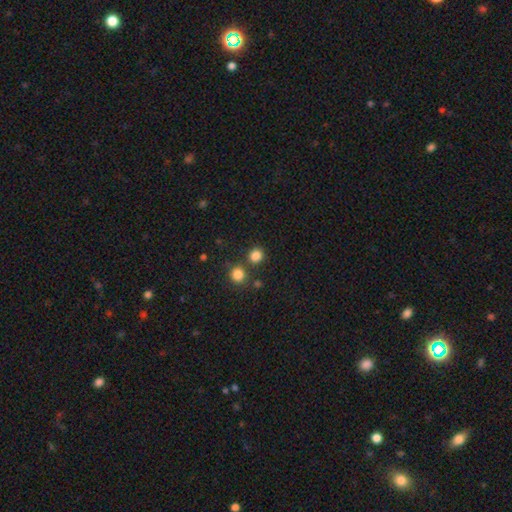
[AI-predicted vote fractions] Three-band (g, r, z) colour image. It shows a smooth galaxy with no disk features (83%) that is round (86%). Merging: none (78%).